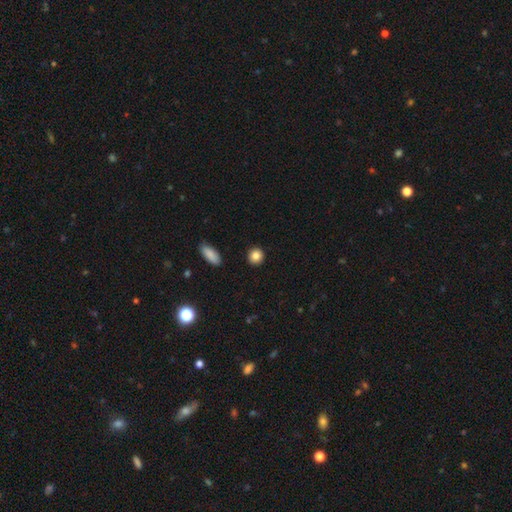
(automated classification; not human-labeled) smooth_or_featured: smooth (p=0.85) [alt: star or artifact p=0.09]
how_rounded: round (p=0.88) [alt: in between p=0.11]
merging: none (p=0.92) [alt: minor disturbance p=0.05]